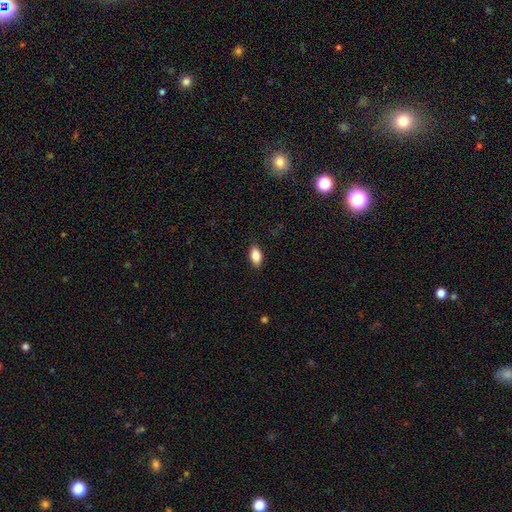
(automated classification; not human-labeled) smooth-or-featured: smooth: 86% | star or artifact: 7% | featured or disk: 7%
  how-rounded: in between: 92% | cigar-shaped: 4% | round: 4%
  merging: none: 88% | minor disturbance: 9% | major disturbance: 2% | merger: 1%